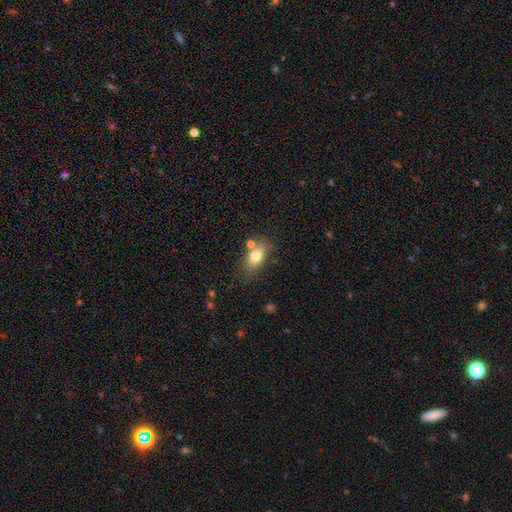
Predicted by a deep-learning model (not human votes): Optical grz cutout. It shows a smooth galaxy with no disk features (77%) that is in between round and cigar-shaped (84%). Merging: none (66%).